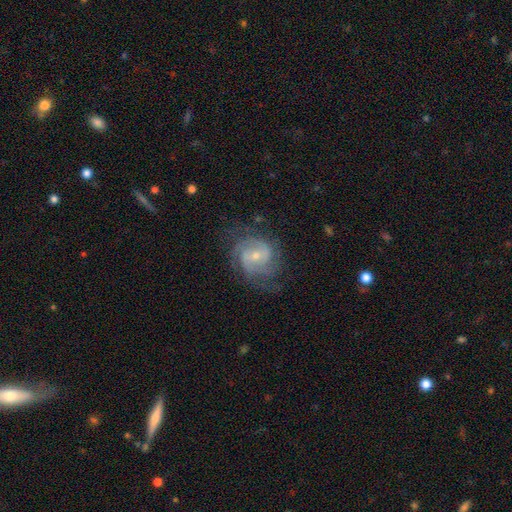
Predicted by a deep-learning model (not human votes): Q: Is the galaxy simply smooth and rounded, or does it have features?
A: featured or disk — 82%.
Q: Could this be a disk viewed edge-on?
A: no — 98%.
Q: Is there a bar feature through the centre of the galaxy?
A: weak — 46%.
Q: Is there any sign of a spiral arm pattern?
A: yes — 94%.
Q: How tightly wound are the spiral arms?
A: medium — 44%.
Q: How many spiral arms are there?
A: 2 — 43%.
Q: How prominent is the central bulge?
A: small — 61%.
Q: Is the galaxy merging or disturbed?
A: none — 66%.